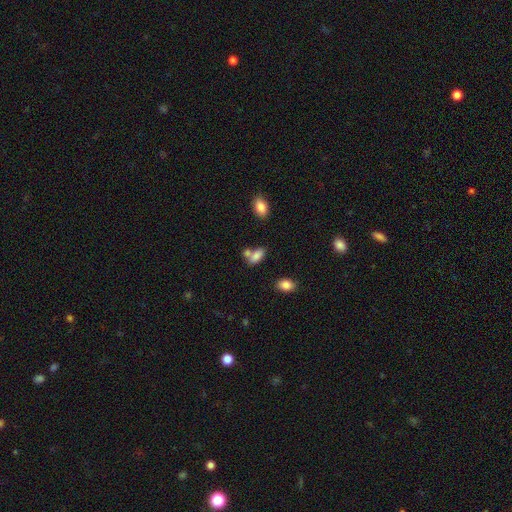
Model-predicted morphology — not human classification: A smooth galaxy with no disk features (81%) that is in between round and cigar-shaped (89%). Merging: none (43%).